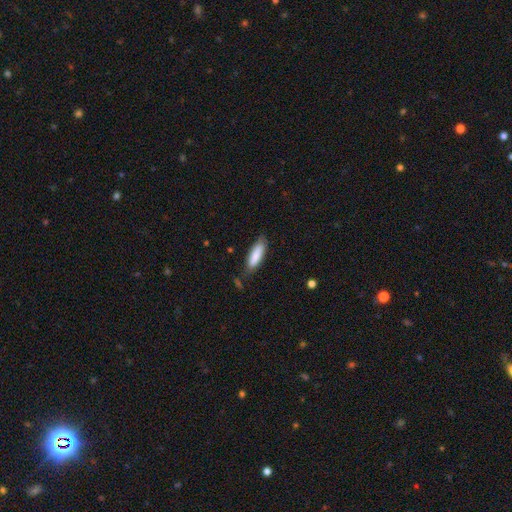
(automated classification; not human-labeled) The model was most divided on "how rounded": cigar-shaped: 52%, in between: 46%, round: 1%. More confident: smooth or featured — smooth (84%); merging — none (76%).